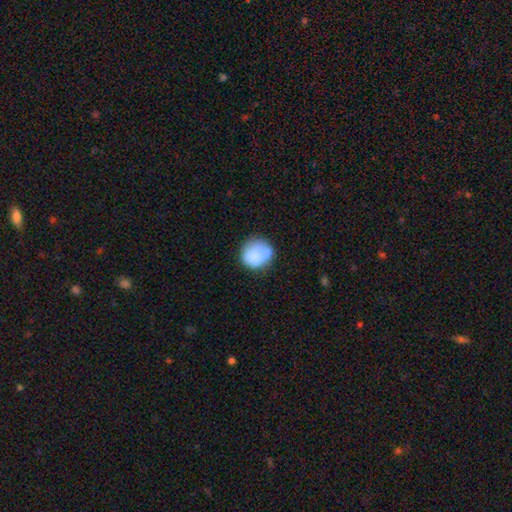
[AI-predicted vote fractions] Morphology: type=smooth (75%); roundness=round (82%); merging=none (55%).